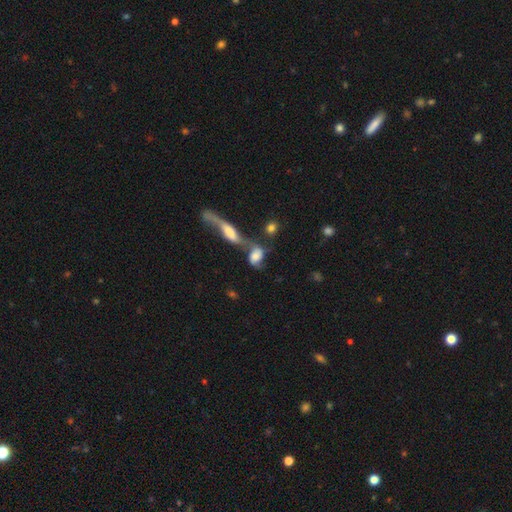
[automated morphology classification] Smooth or featured?
  - smooth: 46% *
  - featured or disk: 44%
  - star or artifact: 10%
Merging?
  - merger: 60% *
  - none: 17%
  - major disturbance: 13%
  - minor disturbance: 10%